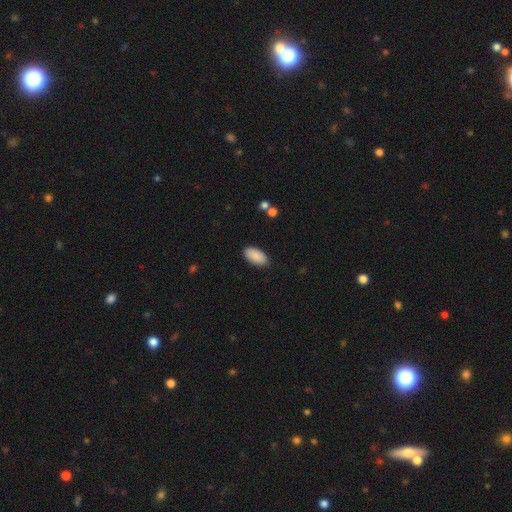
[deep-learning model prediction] smooth_or_featured: smooth (p=0.90) [alt: star or artifact p=0.06]
how_rounded: in between (p=0.94) [alt: cigar-shaped p=0.03]
merging: none (p=0.87) [alt: minor disturbance p=0.09]